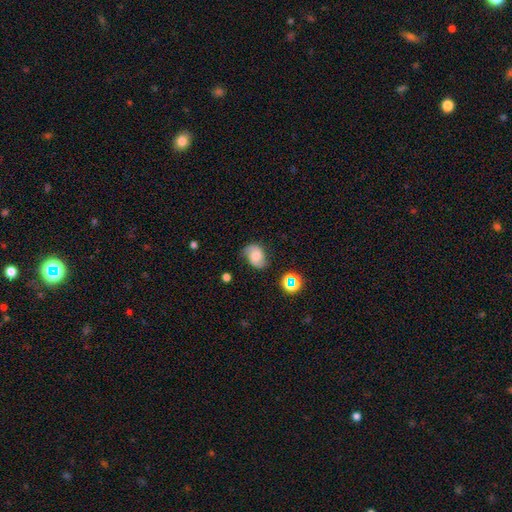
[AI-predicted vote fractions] smooth_or_featured: featured or disk (p=0.55) [alt: smooth p=0.33]
disk_edge_on: no (p=0.97) [alt: yes p=0.03]
bar: no (p=0.60) [alt: weak p=0.33]
has_spiral_arms: yes (p=0.92) [alt: no p=0.08]
bulge_size: moderate (p=0.37) [alt: small p=0.28]
merging: none (p=0.68) [alt: minor disturbance p=0.23]